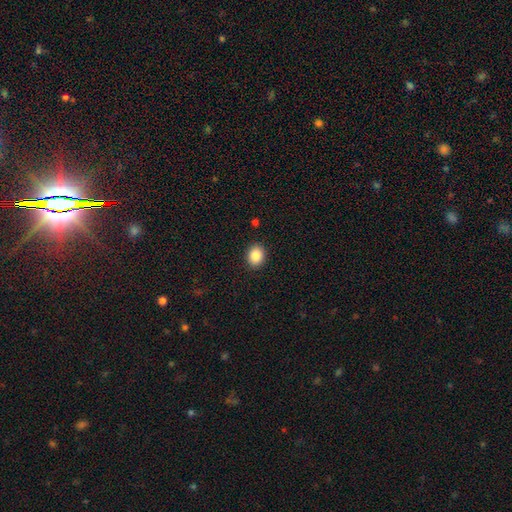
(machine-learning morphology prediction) smooth 88%, star or artifact 8%, featured or disk 4%. Down the decision tree: how rounded — round (54%); merging — none (90%).